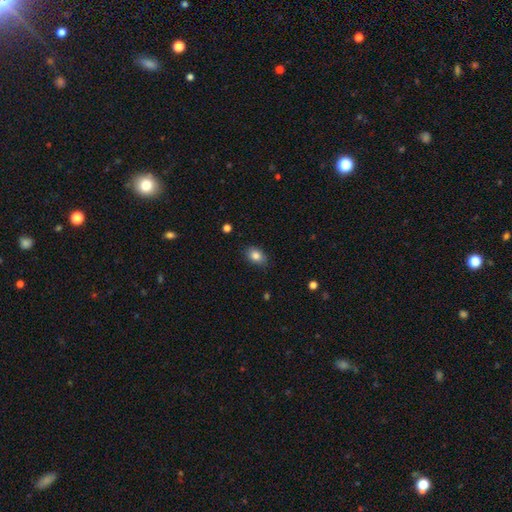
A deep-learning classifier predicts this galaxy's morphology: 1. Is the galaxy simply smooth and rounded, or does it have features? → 84% smooth, 9% star or artifact, 7% featured or disk.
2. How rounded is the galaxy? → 76% in between, 23% round, 1% cigar-shaped.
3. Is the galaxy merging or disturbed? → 84% none, 13% minor disturbance, 3% major disturbance, 1% merger.